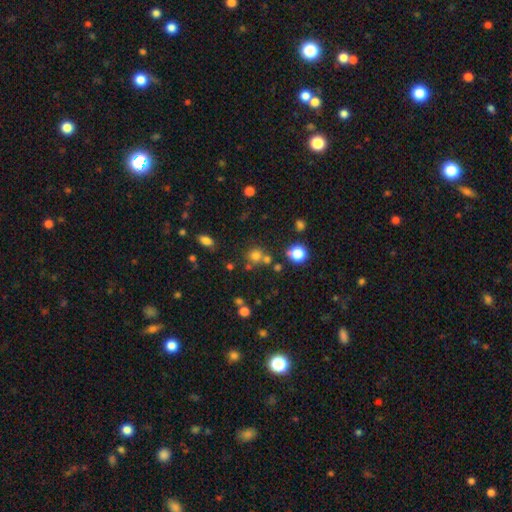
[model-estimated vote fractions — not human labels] Q: Smooth or featured?
A: smooth (71%); runner-up: star or artifact (20%)
Q: How rounded?
A: round (87%); runner-up: in between (12%)
Q: Merging?
A: none (62%); runner-up: merger (23%)